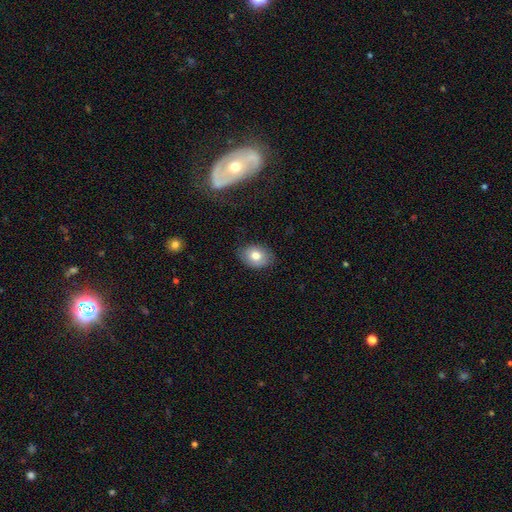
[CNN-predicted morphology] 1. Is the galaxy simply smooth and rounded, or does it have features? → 76% smooth, 16% featured or disk, 9% star or artifact.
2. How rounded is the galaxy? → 70% in between, 29% round, 1% cigar-shaped.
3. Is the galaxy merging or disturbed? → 81% none, 15% minor disturbance, 3% major disturbance, 1% merger.